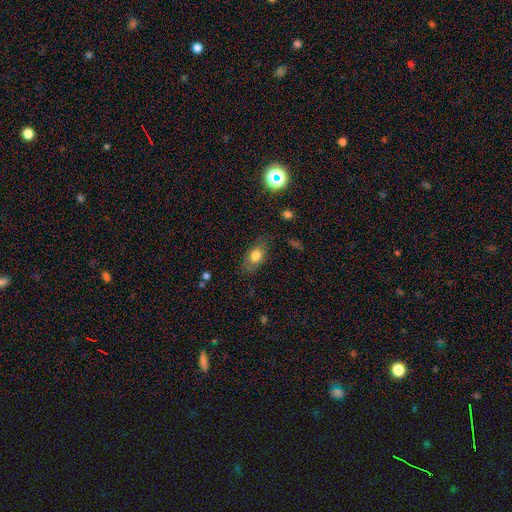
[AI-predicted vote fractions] This appears to be a smooth galaxy with no disk features (75%) that is in between round and cigar-shaped (82%). Merging: none (78%).